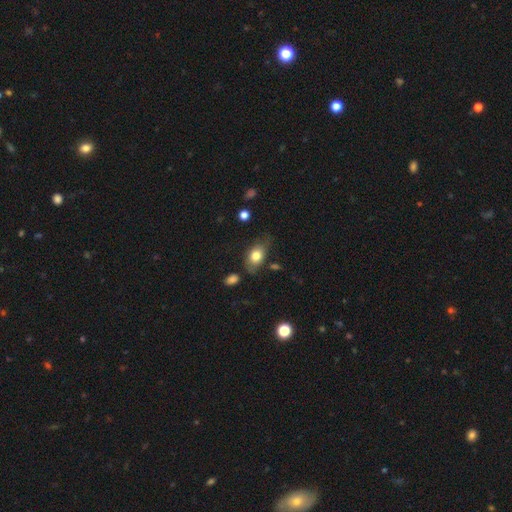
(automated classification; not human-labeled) Q: Smooth or featured?
A: smooth (78%); runner-up: featured or disk (14%)
Q: How rounded?
A: in between (81%); runner-up: round (17%)
Q: Merging?
A: none (63%); runner-up: minor disturbance (25%)